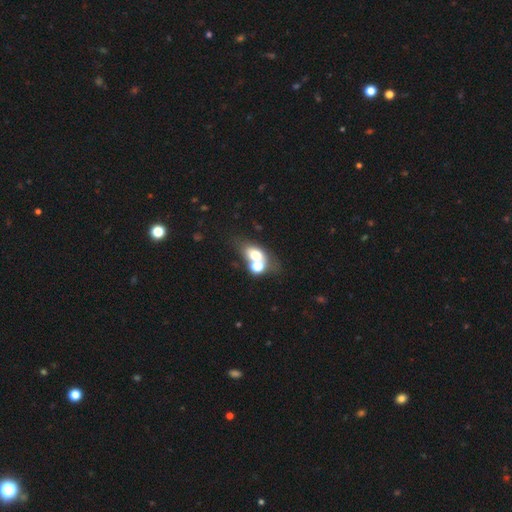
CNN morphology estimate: smooth_or_featured: smooth (p=0.62) [alt: featured or disk p=0.23]
how_rounded: in between (p=0.64) [alt: round p=0.33]
merging: merger (p=0.46) [alt: none p=0.37]